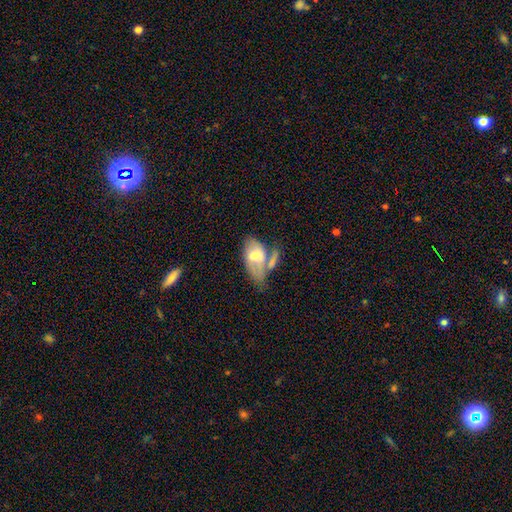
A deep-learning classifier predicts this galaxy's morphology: smooth_or_featured: smooth (p=0.55) [alt: featured or disk p=0.39]
how_rounded: in between (p=0.91) [alt: round p=0.05]
merging: merger (p=0.43) [alt: none p=0.24]